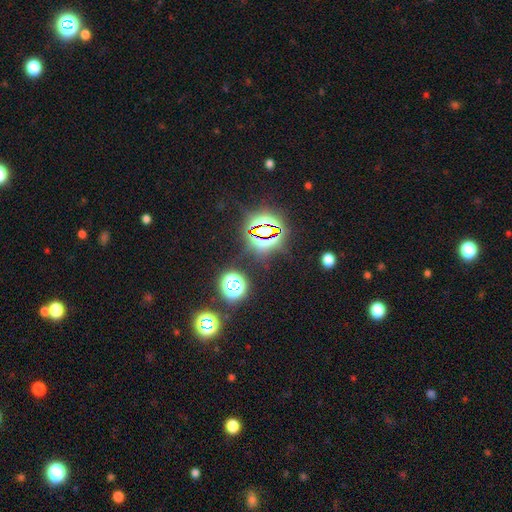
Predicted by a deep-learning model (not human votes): Overall: star or artifact (81%).